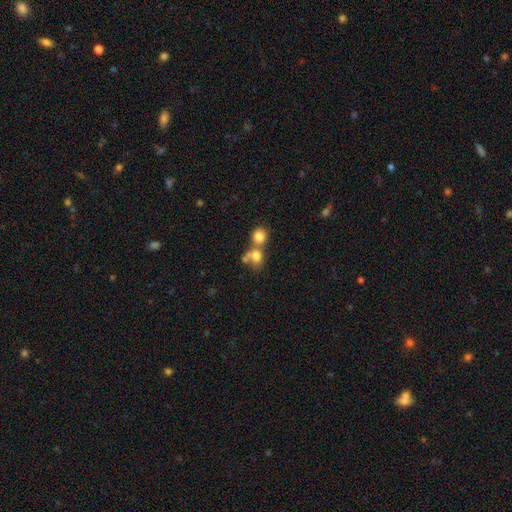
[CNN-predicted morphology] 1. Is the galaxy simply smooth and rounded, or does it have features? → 75% smooth, 14% featured or disk, 11% star or artifact.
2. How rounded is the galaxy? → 64% round, 35% in between, 2% cigar-shaped.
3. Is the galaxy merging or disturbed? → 58% merger, 28% none, 8% minor disturbance, 6% major disturbance.